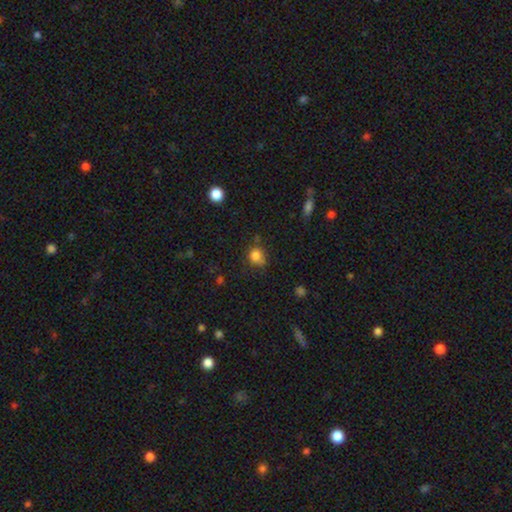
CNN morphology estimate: Q: Smooth or featured?
A: smooth (82%); runner-up: star or artifact (12%)
Q: How rounded?
A: round (75%); runner-up: in between (24%)
Q: Merging?
A: none (61%); runner-up: minor disturbance (27%)